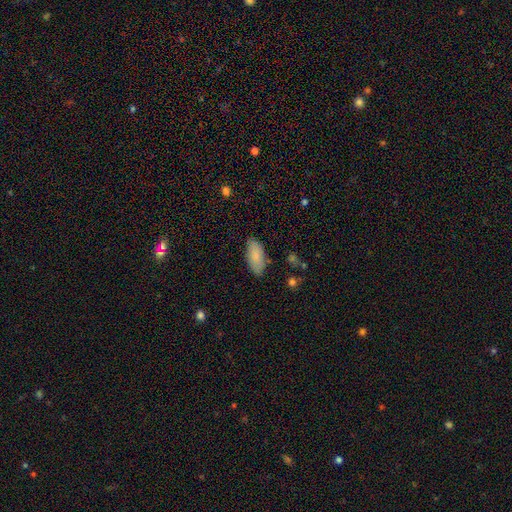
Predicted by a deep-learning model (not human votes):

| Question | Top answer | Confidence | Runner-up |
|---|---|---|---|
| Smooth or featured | smooth | 86% | featured or disk (8%) |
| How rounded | in between | 90% | cigar-shaped (8%) |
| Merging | none | 82% | minor disturbance (13%) |